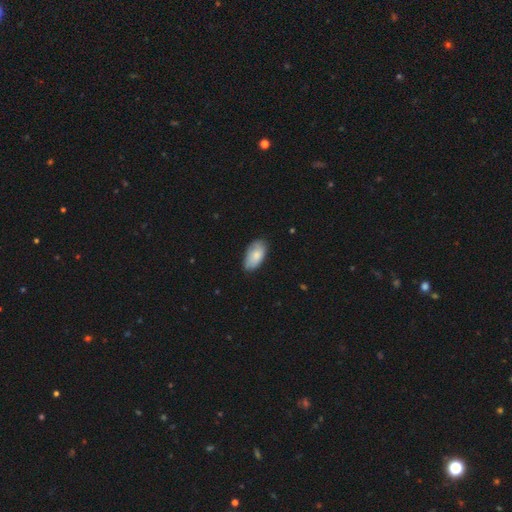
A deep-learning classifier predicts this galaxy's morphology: Smooth or featured: smooth — 81% (featured or disk — 13%)
How rounded: in between — 95% (round — 3%)
Merging: none — 74% (minor disturbance — 22%)